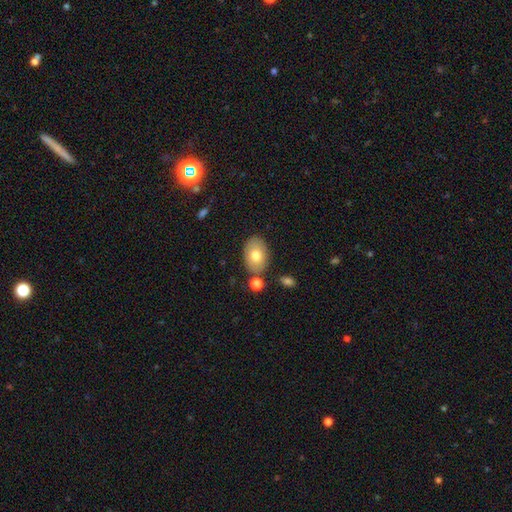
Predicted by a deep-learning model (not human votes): smooth-or-featured: smooth: 75% | featured or disk: 17% | star or artifact: 7%
  how-rounded: in between: 86% | round: 13% | cigar-shaped: 1%
  merging: none: 78% | minor disturbance: 12% | merger: 7% | major disturbance: 3%